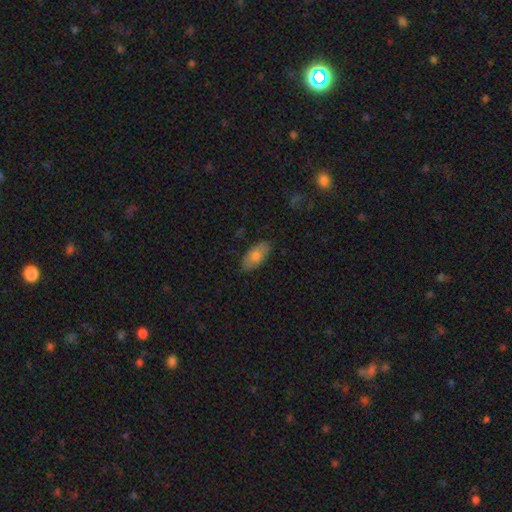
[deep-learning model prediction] smooth 73%, featured or disk 20%, star or artifact 7%. Down the decision tree: how rounded — in between (91%); merging — none (83%).